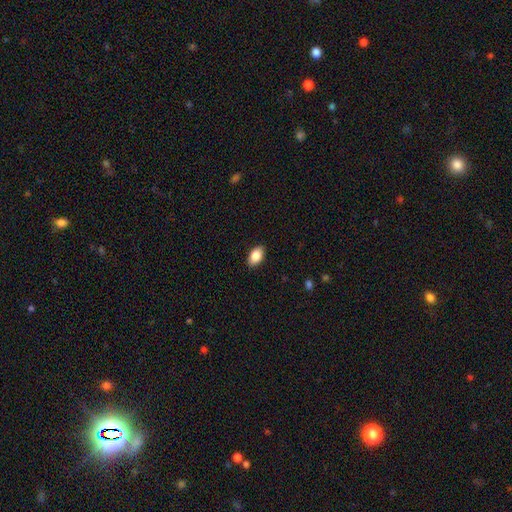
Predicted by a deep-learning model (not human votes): This appears to be a smooth galaxy with no disk features (86%) that is in between round and cigar-shaped (92%). Merging: none (89%).